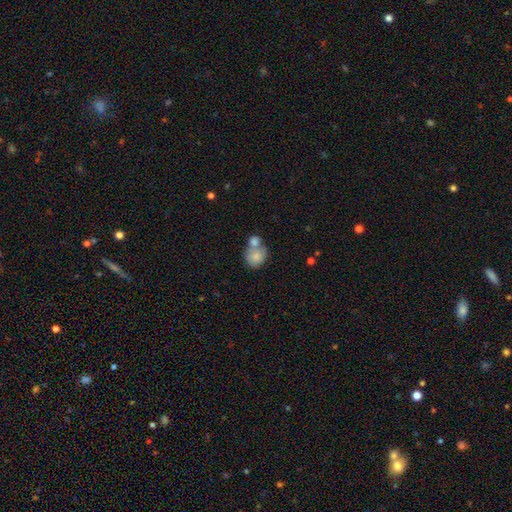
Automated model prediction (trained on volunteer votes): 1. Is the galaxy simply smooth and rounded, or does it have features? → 79% smooth, 14% featured or disk, 7% star or artifact.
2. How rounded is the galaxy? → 66% round, 33% in between, 1% cigar-shaped.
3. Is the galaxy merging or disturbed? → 57% merger, 29% none, 10% minor disturbance, 4% major disturbance.